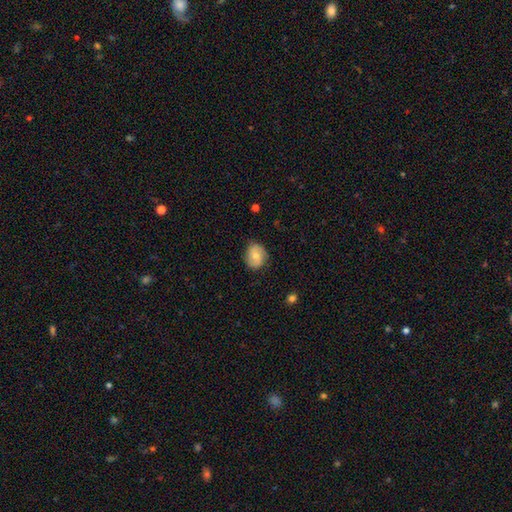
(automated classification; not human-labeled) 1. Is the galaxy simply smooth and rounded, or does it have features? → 55% smooth, 37% featured or disk, 8% star or artifact.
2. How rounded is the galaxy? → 61% round, 38% in between, 1% cigar-shaped.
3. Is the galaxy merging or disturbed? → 78% none, 17% minor disturbance, 4% major disturbance, 1% merger.